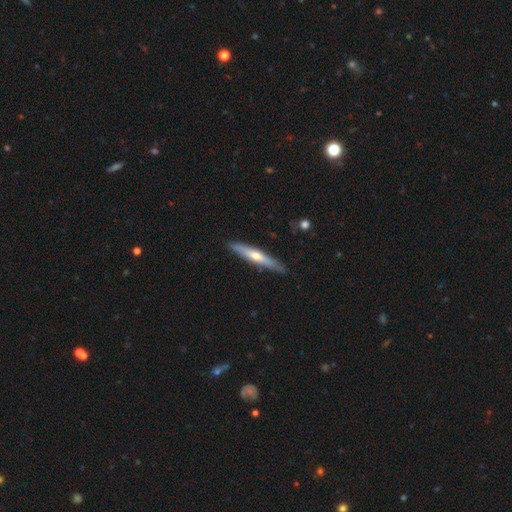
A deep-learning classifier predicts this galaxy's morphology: smooth_or_featured: featured or disk (p=0.50) [alt: smooth p=0.45]
merging: none (p=0.86) [alt: minor disturbance p=0.10]